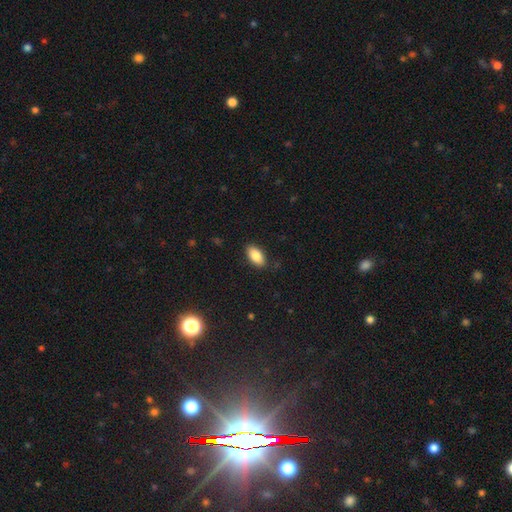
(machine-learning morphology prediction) type=smooth (85%); roundness=in between (92%); merging=none (87%).